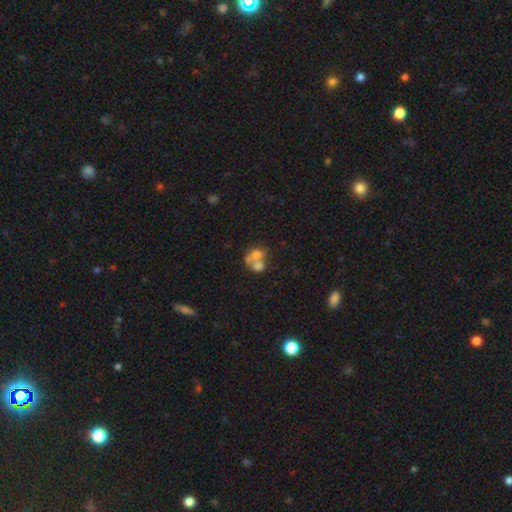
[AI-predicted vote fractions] smooth_or_featured: smooth (p=0.58) [alt: featured or disk p=0.30]
how_rounded: in between (p=0.54) [alt: round p=0.44]
merging: merger (p=0.65) [alt: none p=0.20]